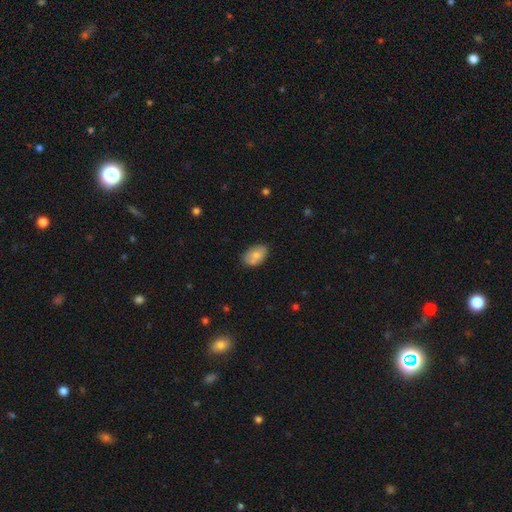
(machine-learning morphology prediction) Q: Smooth or featured?
A: smooth (73%); runner-up: featured or disk (20%)
Q: How rounded?
A: in between (88%); runner-up: round (11%)
Q: Merging?
A: none (66%); runner-up: minor disturbance (18%)